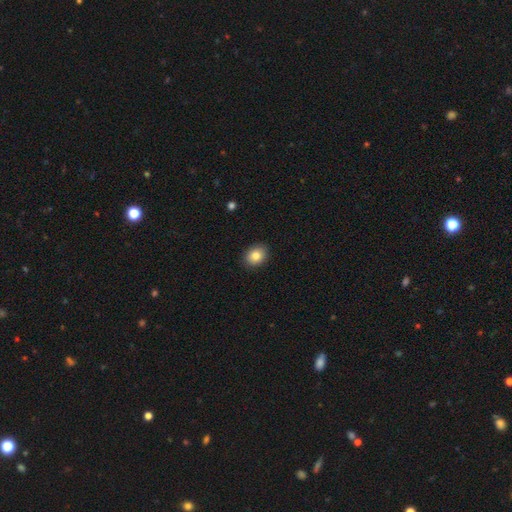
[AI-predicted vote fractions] The model was most divided on "how rounded": in between: 52%, round: 47%, cigar-shaped: 1%. More confident: merging — none (90%); smooth or featured — smooth (82%).